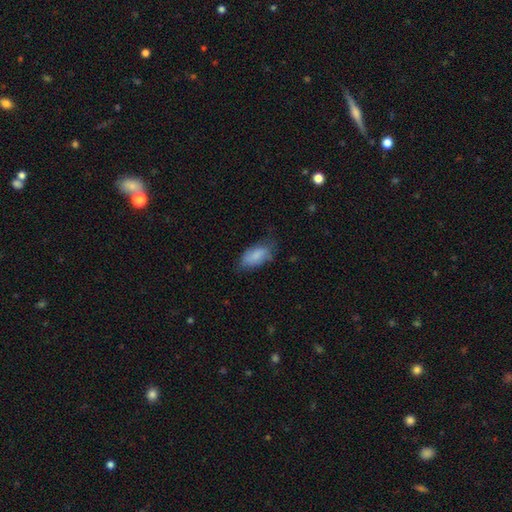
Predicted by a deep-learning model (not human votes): This is clearly a smooth galaxy (83%). How rounded: clearly in between (92%). Merging: possibly none (56%).